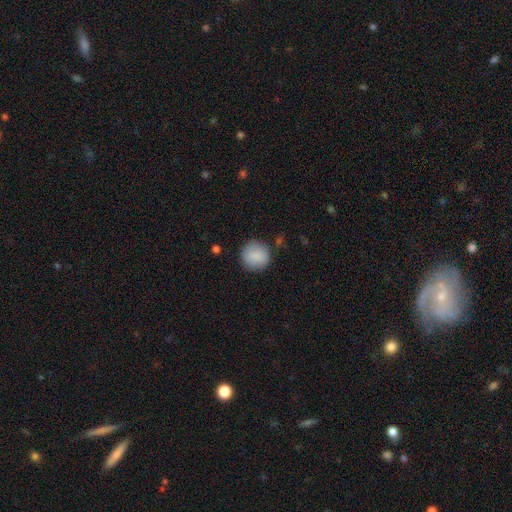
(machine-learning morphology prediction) The model was most divided on "merging": none: 85%, minor disturbance: 10%, major disturbance: 3%, merger: 2%. More confident: how rounded — round (93%); smooth or featured — smooth (87%).